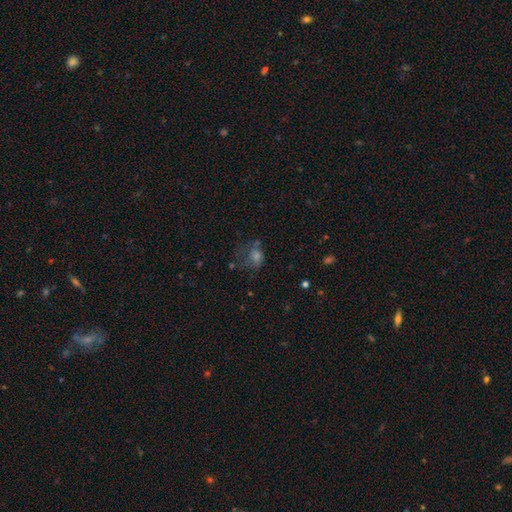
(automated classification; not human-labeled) Morphology: type=smooth (44%); merging=none (39%).